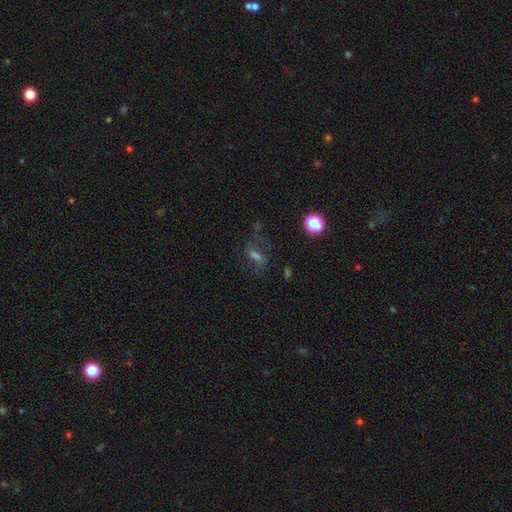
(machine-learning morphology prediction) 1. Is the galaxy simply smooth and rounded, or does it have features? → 40% featured or disk, 33% smooth, 27% star or artifact.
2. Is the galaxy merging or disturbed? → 58% none, 20% major disturbance, 18% minor disturbance, 4% merger.